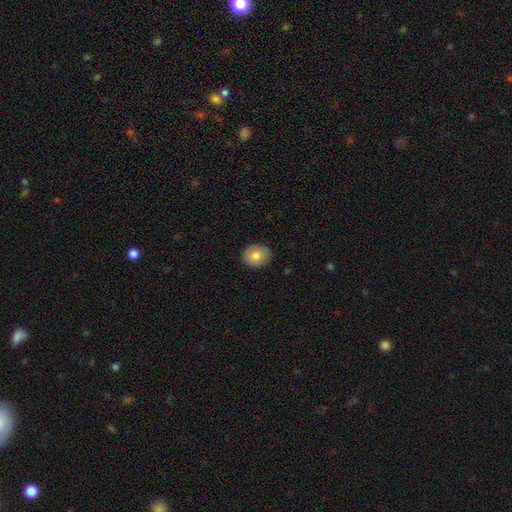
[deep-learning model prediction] Q: Smooth or featured?
A: smooth (79%); runner-up: featured or disk (13%)
Q: How rounded?
A: round (59%); runner-up: in between (40%)
Q: Merging?
A: none (89%); runner-up: minor disturbance (8%)